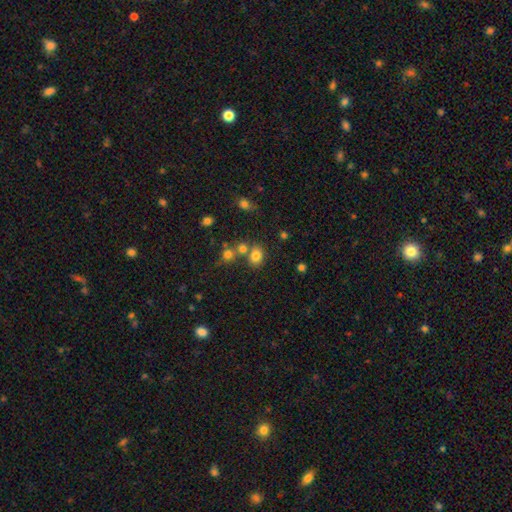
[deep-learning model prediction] smooth_or_featured: smooth (p=0.78) [alt: star or artifact p=0.14]
how_rounded: round (p=0.51) [alt: in between p=0.48]
merging: none (p=0.62) [alt: merger p=0.22]